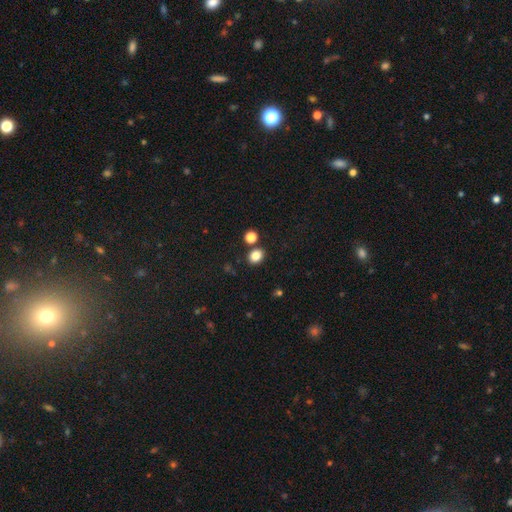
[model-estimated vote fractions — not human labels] Overall: smooth (83%). How rounded: round (54%; in between 45%). Merging: none (80%).